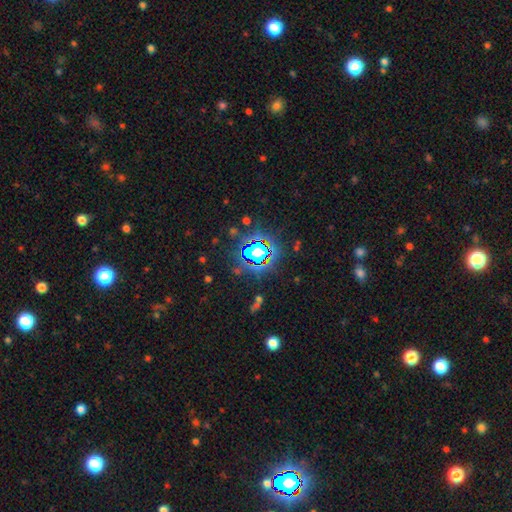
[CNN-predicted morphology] smooth-or-featured: star or artifact: 63% | smooth: 25% | featured or disk: 13%